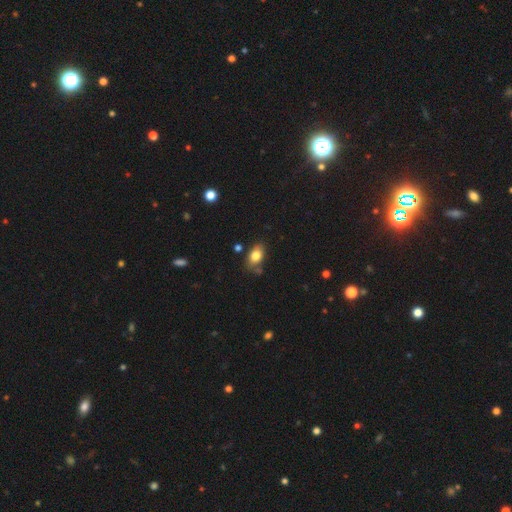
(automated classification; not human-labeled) A smooth galaxy with no disk features (81%) that is in between round and cigar-shaped (83%). Merging: none (68%).